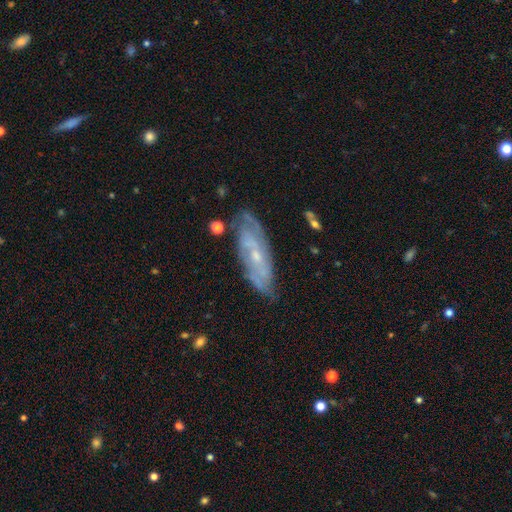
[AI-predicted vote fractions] This is likely a featured or disk galaxy (77%). It is clearly not viewed edge-on (83%). Bar: possibly no (58%). Spiral arm pattern: clearly yes (86%). Spiral arm count: possibly can't tell (46%). Spiral winding: possibly tight (55%). Central bulge: likely small (69%). Merging: likely none (75%).